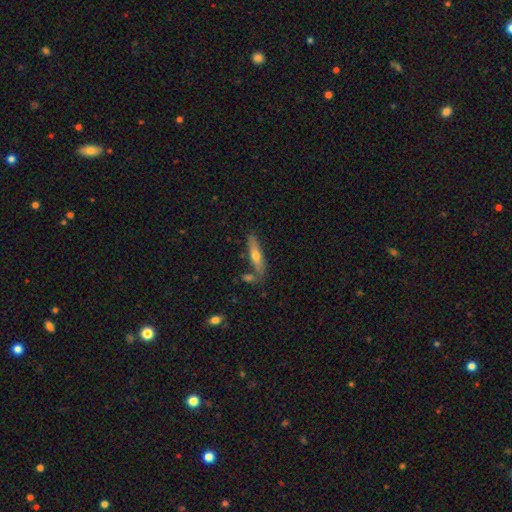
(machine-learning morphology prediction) This appears to be a smooth galaxy with no disk features (53%) that is cigar-shaped (76%). Merging: none (71%).